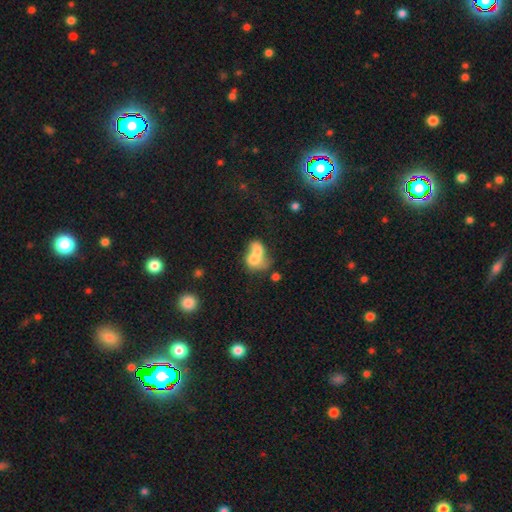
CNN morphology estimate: Smooth or featured? smooth (67%)
How rounded? in between (63%)
Merging? merger (77%)